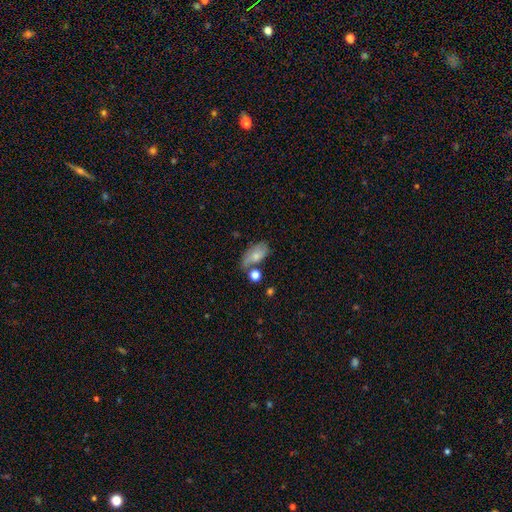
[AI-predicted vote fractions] smooth_or_featured: smooth (p=0.69) [alt: featured or disk p=0.23]
how_rounded: in between (p=0.90) [alt: round p=0.06]
merging: none (p=0.44) [alt: minor disturbance p=0.28]